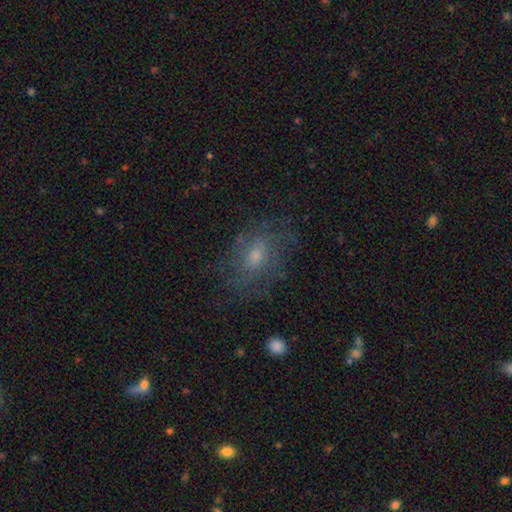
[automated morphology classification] The model was most divided on "smooth or featured": featured or disk: 52%, smooth: 33%, star or artifact: 15%. More confident: edge-on disk — no (94%); merging — none (71%).